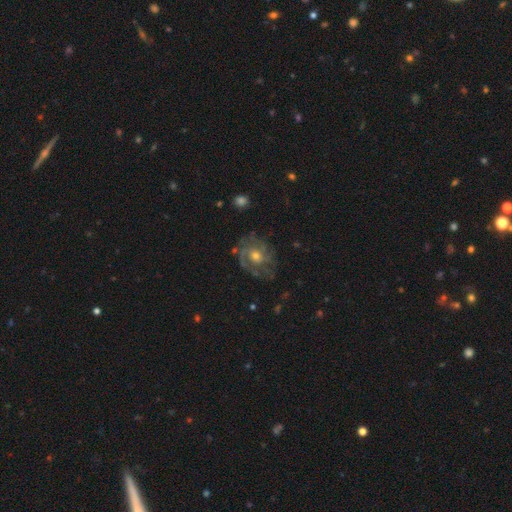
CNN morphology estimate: Overall: featured or disk (80%). Edge-on disk: no (97%). Bar: no (74%). Spiral arms: yes (89%). Spiral arm count: can't tell (33%; 2 28%). Spiral winding: tight (49%; medium 38%). Bulge size: moderate (54%; small 41%). Merging: none (68%).